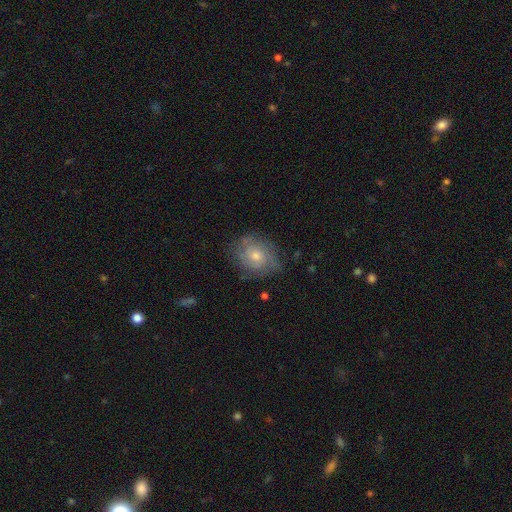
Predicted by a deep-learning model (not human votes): Smooth or featured: featured or disk — 58% (smooth — 31%)
Edge-on disk: no — 96% (yes — 4%)
Bar: no — 81% (weak — 17%)
Spiral arms: yes — 80% (no — 20%)
Bulge size: moderate — 52% (small — 41%)
Merging: none — 71% (minor disturbance — 20%)